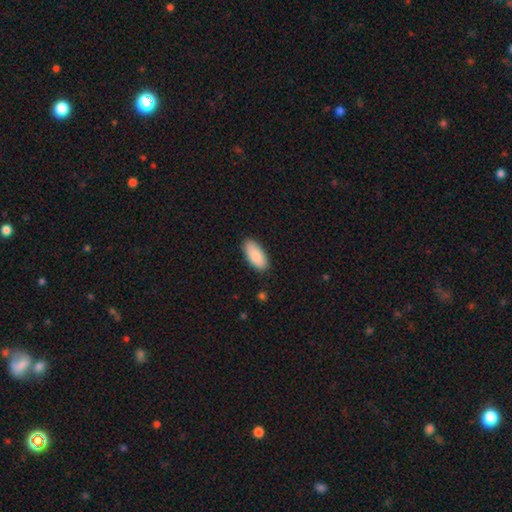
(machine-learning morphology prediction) smooth 89%, star or artifact 6%, featured or disk 5%. Down the decision tree: how rounded — in between (91%); merging — none (86%).